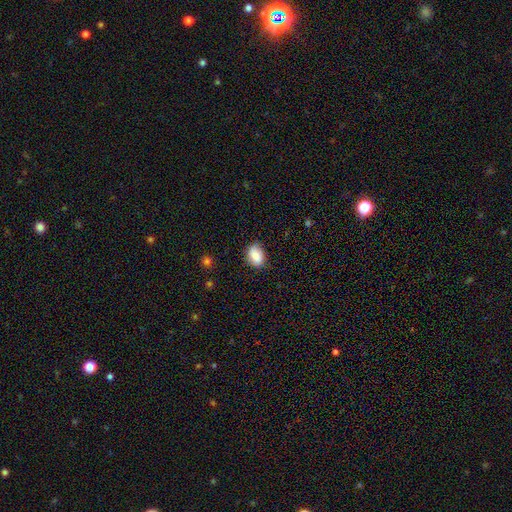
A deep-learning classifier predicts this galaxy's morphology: This appears to be a smooth galaxy with no disk features (80%) that is in between round and cigar-shaped (76%). Merging: none (72%).